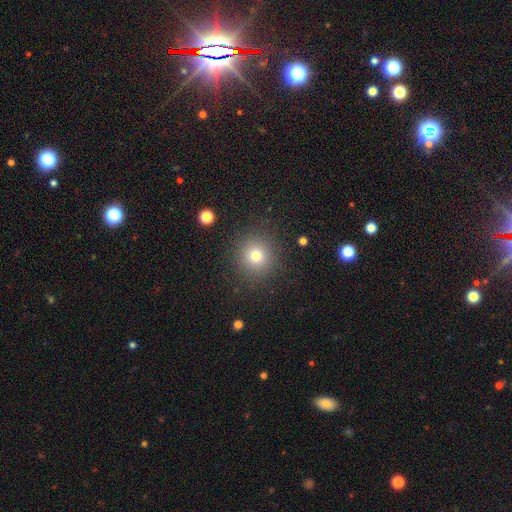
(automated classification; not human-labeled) Smooth or featured? smooth (75%)
How rounded? round (93%)
Merging? none (88%)